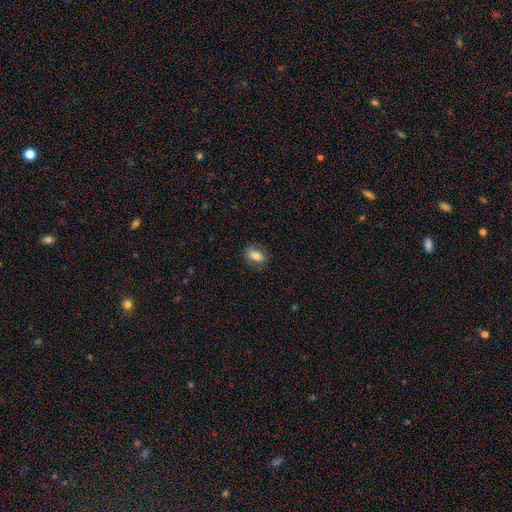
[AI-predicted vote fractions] Overall: smooth (79%). How rounded: in between (82%). Merging: none (82%).